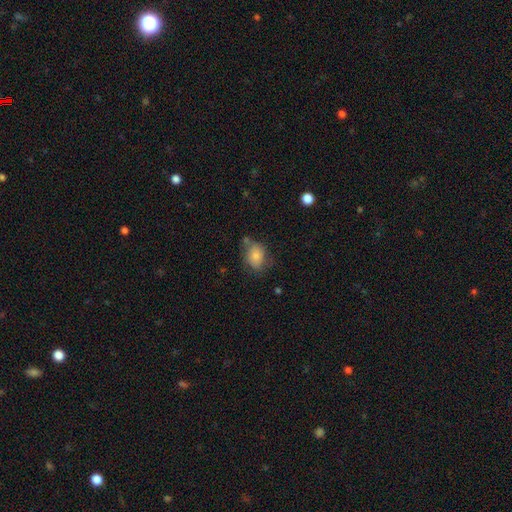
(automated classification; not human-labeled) Smooth or featured? Predicted: smooth (p=0.79). How rounded? Predicted: in between (p=0.61). Merging? Predicted: none (p=0.57).